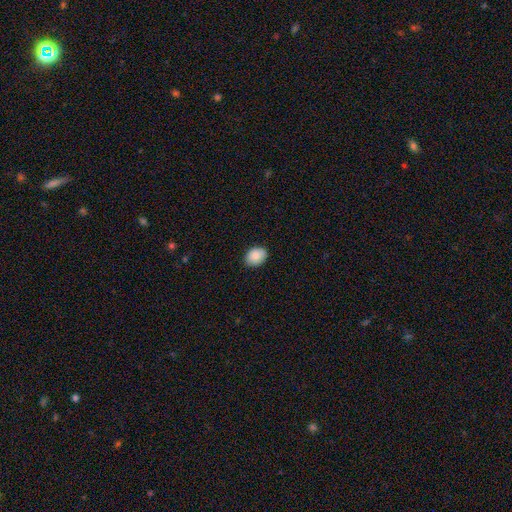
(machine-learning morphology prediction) Smooth or featured: smooth — 88% (star or artifact — 7%)
How rounded: in between — 66% (round — 33%)
Merging: none — 87% (minor disturbance — 10%)